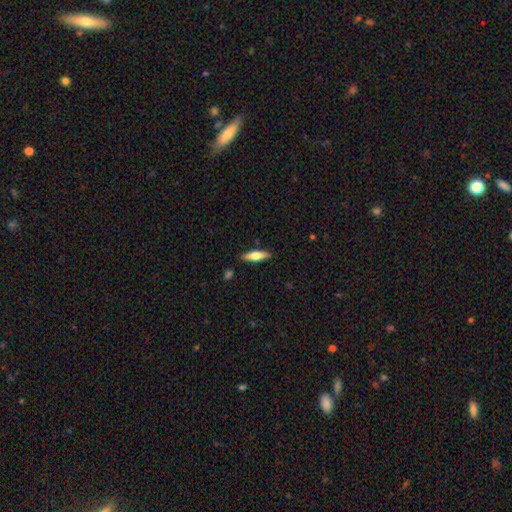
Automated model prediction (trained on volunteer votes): This appears to be a smooth galaxy with no disk features (57%) that is cigar-shaped (59%). Merging: none (87%).